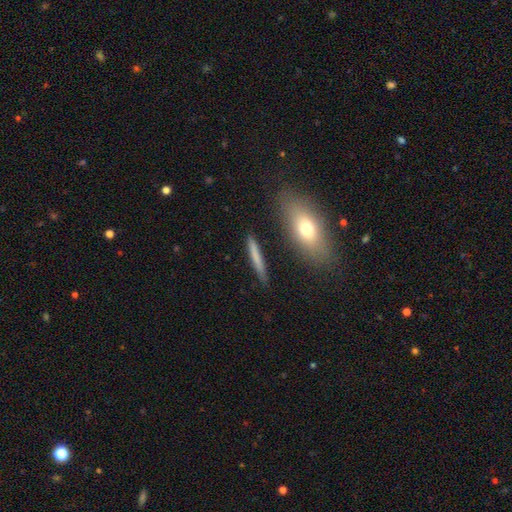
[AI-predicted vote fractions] Smooth or featured?
  - smooth: 66% *
  - featured or disk: 27%
  - star or artifact: 7%
How rounded?
  - cigar-shaped: 91% *
  - in between: 6%
  - round: 3%
Merging?
  - none: 86% *
  - minor disturbance: 9%
  - merger: 2%
  - major disturbance: 2%